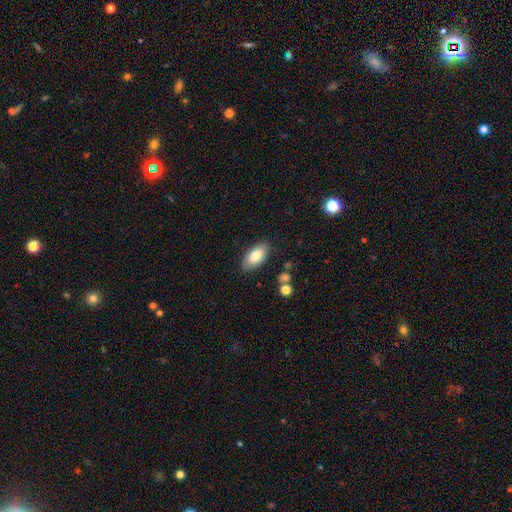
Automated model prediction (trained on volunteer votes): A smooth galaxy with no disk features (80%) that is in between round and cigar-shaped (92%). Merging: none (86%).